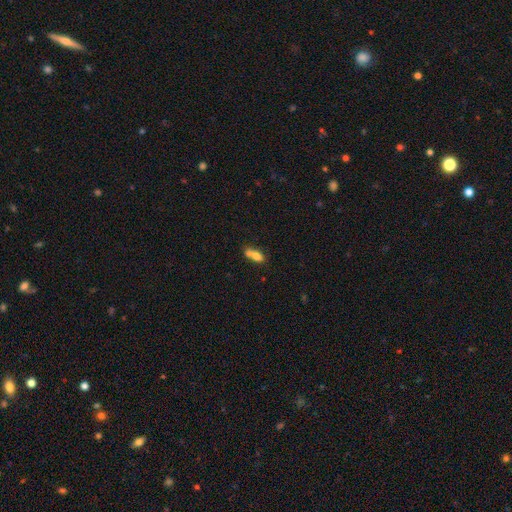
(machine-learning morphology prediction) Q: Smooth or featured?
A: smooth (71%); runner-up: featured or disk (20%)
Q: How rounded?
A: in between (77%); runner-up: cigar-shaped (13%)
Q: Merging?
A: merger (51%); runner-up: none (32%)